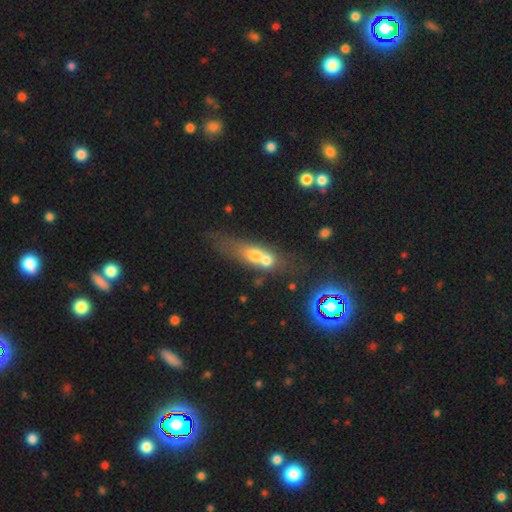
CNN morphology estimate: A smooth galaxy with no disk features (55%) that is in between round and cigar-shaped (50%). Merging: merger (60%).